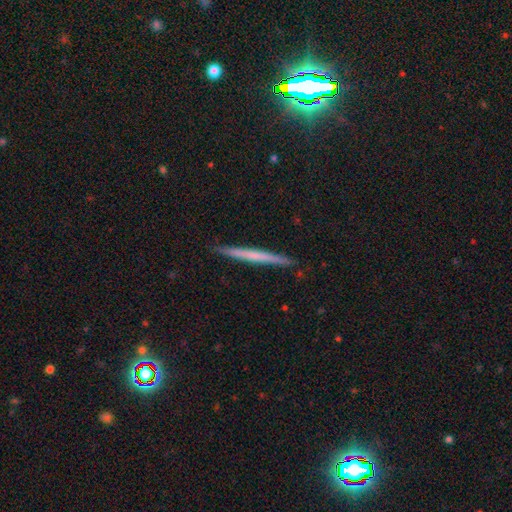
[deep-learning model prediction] Overall: featured or disk (48%; smooth 47%). Merging: none (92%).